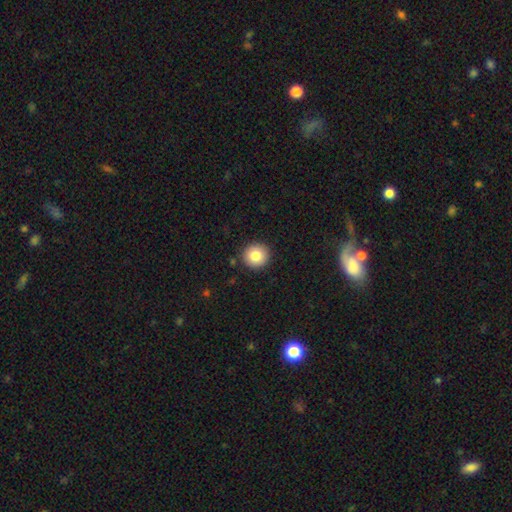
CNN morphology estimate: A smooth galaxy with no disk features (83%) that is round (94%).

Vote fractions:
- Smooth or featured? smooth: 83% / star or artifact: 9% / featured or disk: 8%
- How rounded? round: 94% / in between: 5% / cigar-shaped: 1%
- Merging? none: 91% / minor disturbance: 6% / major disturbance: 2% / merger: 1%